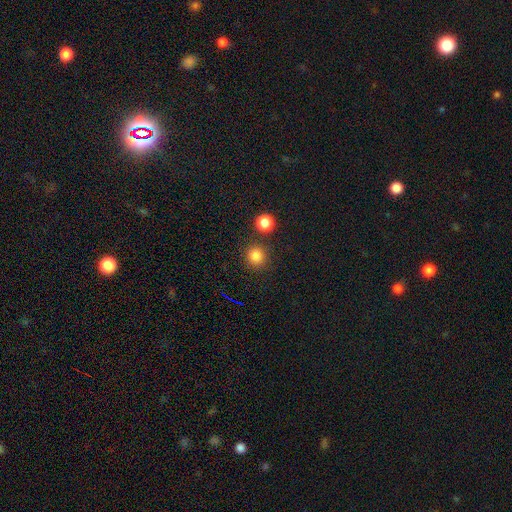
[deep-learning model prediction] A smooth galaxy with no disk features (83%) that is round (92%).

Vote fractions:
- Smooth or featured? smooth: 83% / star or artifact: 13% / featured or disk: 4%
- How rounded? round: 92% / in between: 7% / cigar-shaped: 1%
- Merging? none: 84% / minor disturbance: 7% / merger: 6% / major disturbance: 3%